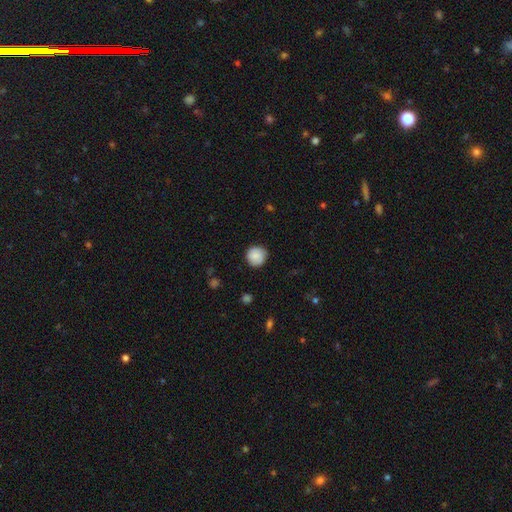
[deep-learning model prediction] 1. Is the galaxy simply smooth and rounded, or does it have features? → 86% smooth, 7% star or artifact, 6% featured or disk.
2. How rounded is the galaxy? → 93% round, 6% in between, 1% cigar-shaped.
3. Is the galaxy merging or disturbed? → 85% none, 12% minor disturbance, 2% major disturbance, 1% merger.